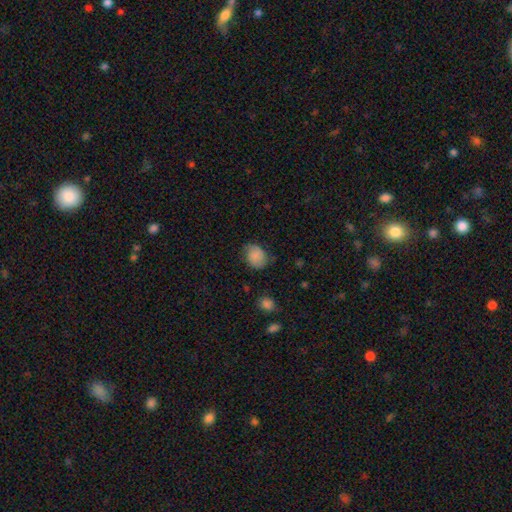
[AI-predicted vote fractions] A smooth galaxy with no disk features (78%) that is in between round and cigar-shaped (57%).

Vote fractions:
- Smooth or featured? smooth: 78% / featured or disk: 14% / star or artifact: 9%
- How rounded? in between: 57% / round: 42% / cigar-shaped: 1%
- Merging? none: 64% / minor disturbance: 27% / major disturbance: 8% / merger: 2%